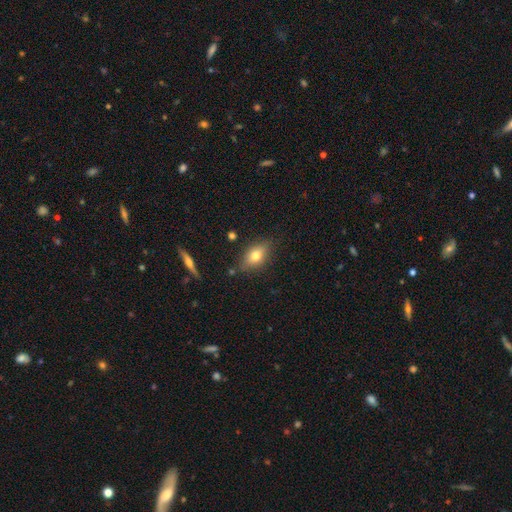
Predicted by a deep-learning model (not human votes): Smooth or featured? Predicted: smooth (p=0.65). How rounded? Predicted: in between (p=0.77). Merging? Predicted: none (p=0.79).